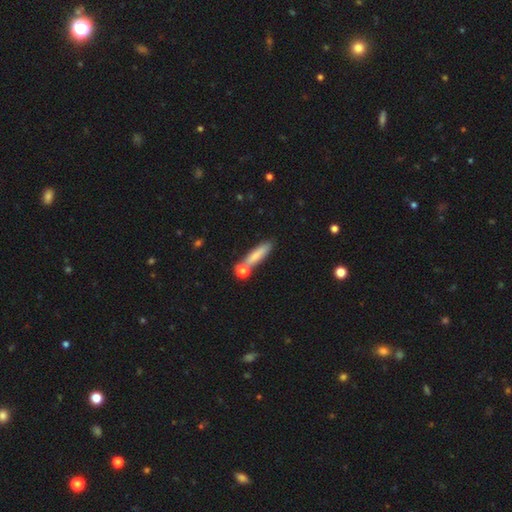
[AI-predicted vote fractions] The model was most divided on "merging": none: 63%, merger: 20%, minor disturbance: 13%, major disturbance: 4%. More confident: smooth or featured — smooth (76%); how rounded — cigar-shaped (69%).